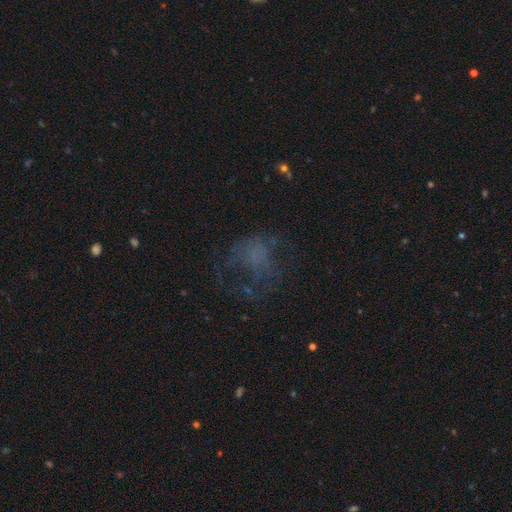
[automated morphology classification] Smooth or featured?
  - featured or disk: 38% *
  - smooth: 37%
  - star or artifact: 25%
Merging?
  - none: 43% *
  - major disturbance: 38%
  - minor disturbance: 16%
  - merger: 2%